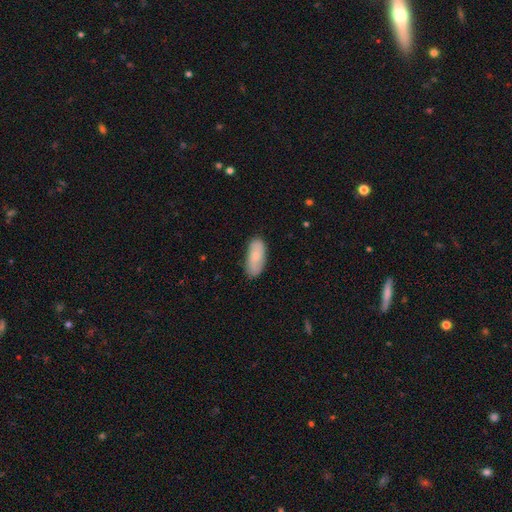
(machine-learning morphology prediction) A smooth galaxy with no disk features (75%) that is in between round and cigar-shaped (85%). Merging: none (82%).